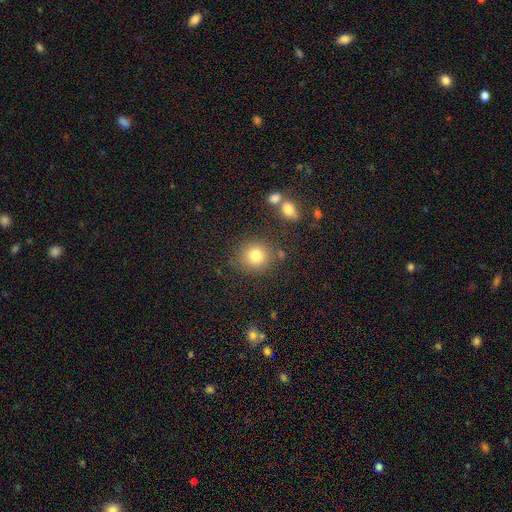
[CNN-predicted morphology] This appears to be a smooth galaxy with no disk features (80%) that is round (87%). Merging: none (80%).